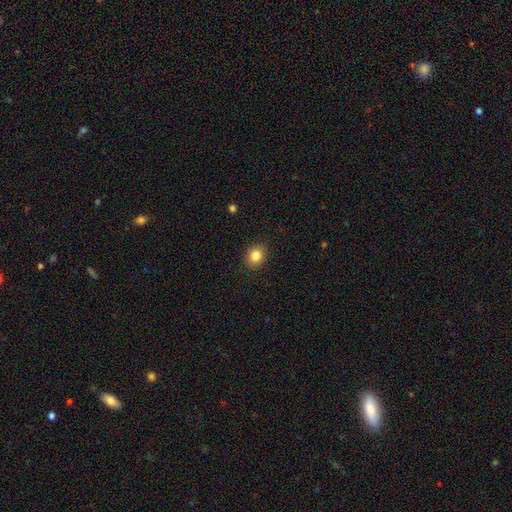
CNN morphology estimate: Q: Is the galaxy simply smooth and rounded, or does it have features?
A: smooth — 84%.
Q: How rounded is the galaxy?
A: round — 64%.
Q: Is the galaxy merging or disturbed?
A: none — 90%.